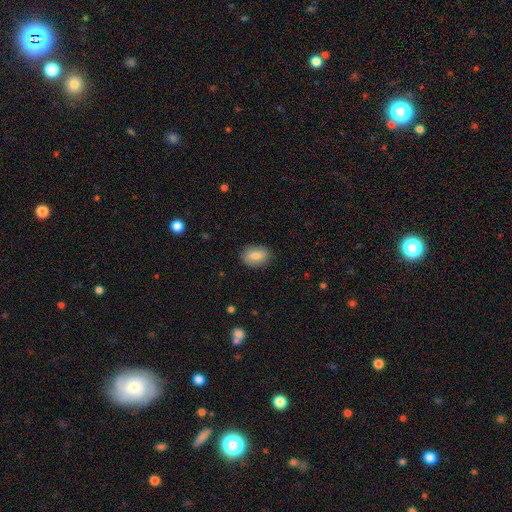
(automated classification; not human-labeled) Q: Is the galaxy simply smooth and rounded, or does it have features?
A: smooth — 81%.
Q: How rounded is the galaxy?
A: in between — 84%.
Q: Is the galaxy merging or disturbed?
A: none — 86%.